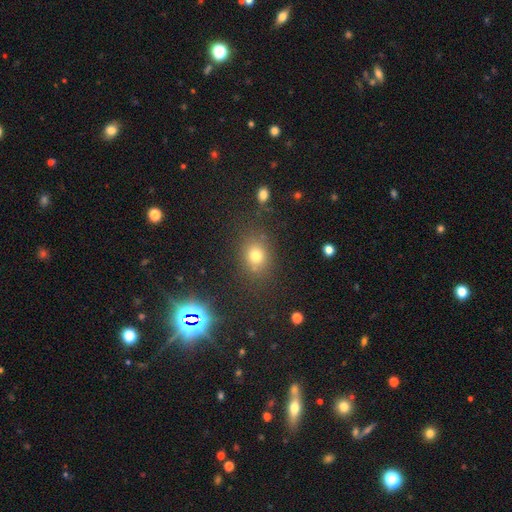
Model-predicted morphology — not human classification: Smooth or featured?
  - smooth: 75% *
  - star or artifact: 17%
  - featured or disk: 9%
How rounded?
  - round: 56% *
  - in between: 43%
  - cigar-shaped: 1%
Merging?
  - none: 78% *
  - minor disturbance: 12%
  - major disturbance: 5%
  - merger: 5%